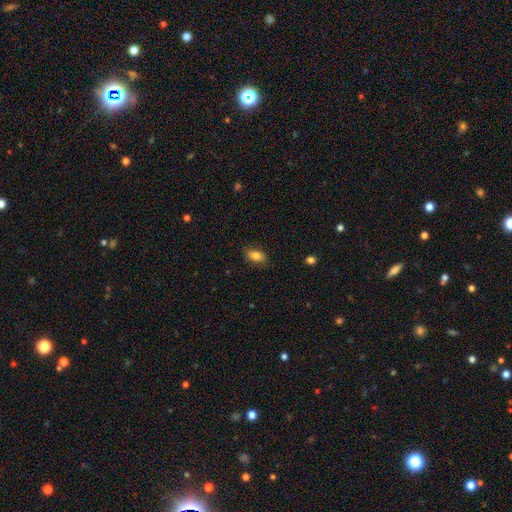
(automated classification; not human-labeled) This appears to be a smooth galaxy with no disk features (83%) that is in between round and cigar-shaped (89%). Merging: none (83%).